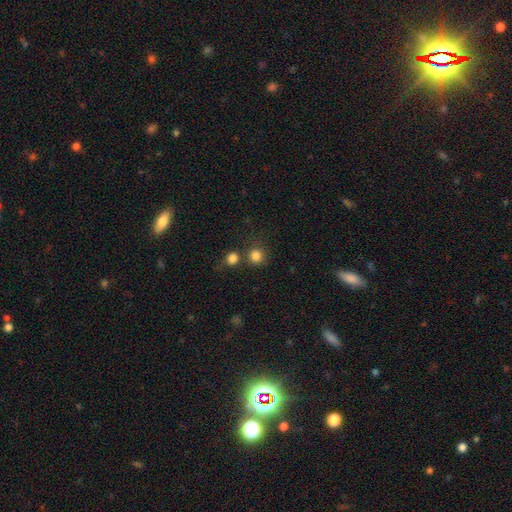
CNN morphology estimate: This appears to be a smooth galaxy with no disk features (82%) that is round (91%). Merging: none (69%).